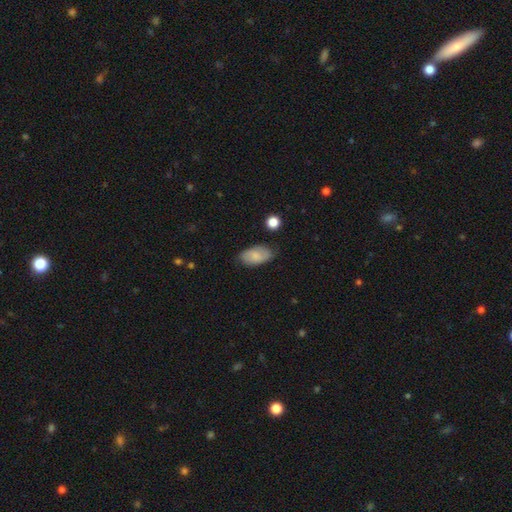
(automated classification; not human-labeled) Morphology: type=smooth (75%); roundness=in between (94%); merging=none (75%).